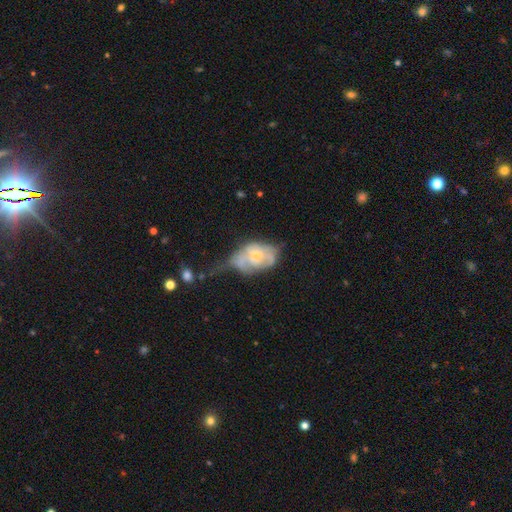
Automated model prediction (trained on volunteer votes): A featured or disk galaxy (55%) with no bar (78%), no spiral arms (58%) and a small central bulge (50%). Merging: major disturbance (38%).